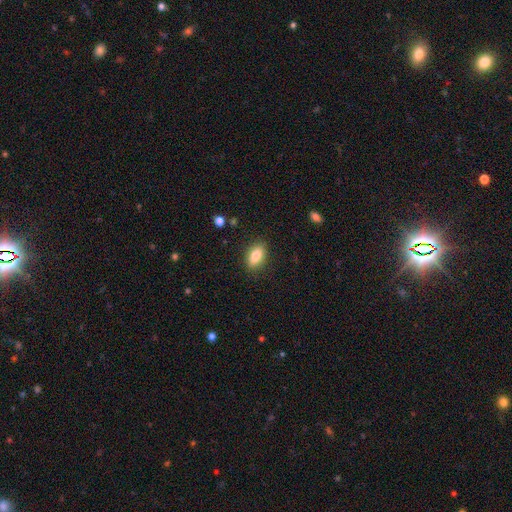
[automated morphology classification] smooth 82%, featured or disk 10%, star or artifact 8%. Down the decision tree: how rounded — in between (87%); merging — none (87%).